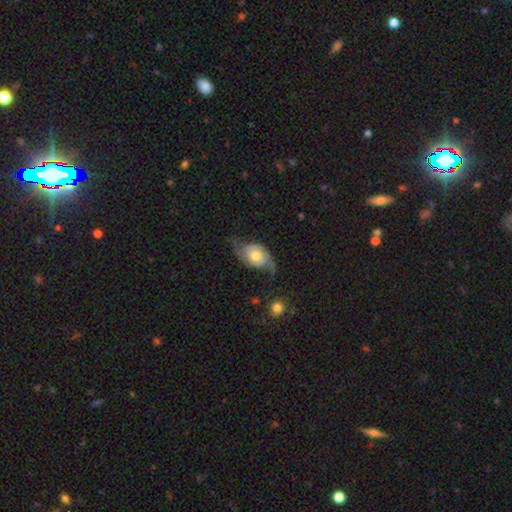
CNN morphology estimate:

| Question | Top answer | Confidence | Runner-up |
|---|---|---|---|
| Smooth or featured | featured or disk | 77% | smooth (17%) |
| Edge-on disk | no | 96% | yes (4%) |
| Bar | no | 70% | weak (25%) |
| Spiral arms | yes | 93% | no (7%) |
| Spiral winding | loose | 42% | medium (38%) |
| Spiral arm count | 2 | 87% | can't tell (5%) |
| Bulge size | moderate | 67% | small (16%) |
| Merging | none | 53% | minor disturbance (26%) |